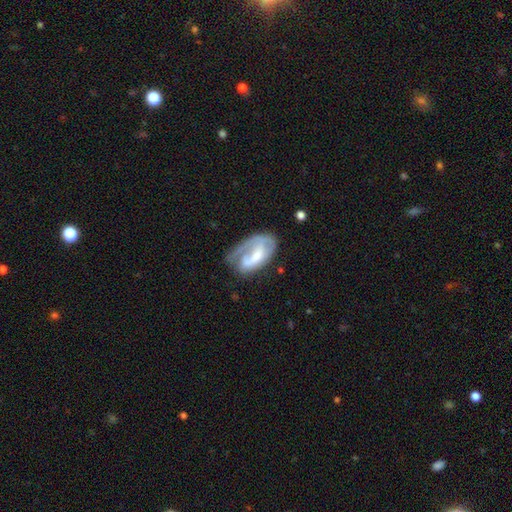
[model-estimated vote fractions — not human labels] Overall: featured or disk (60%; smooth 34%). Edge-on disk: no (94%). Bar: weak (39%; no 38%). Spiral arms: yes (66%; no 34%). Bulge size: moderate (41%; small 36%). Merging: none (37%; major disturbance 31%).